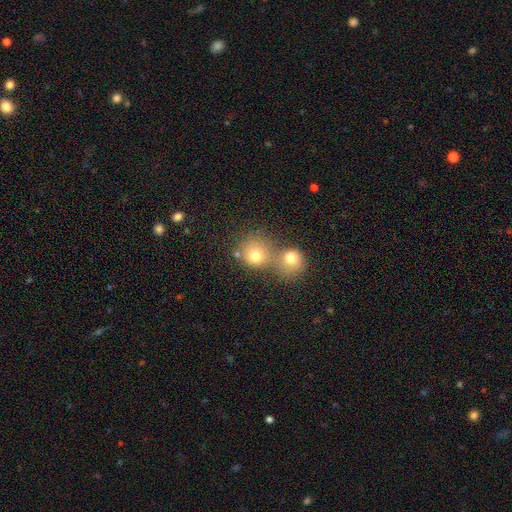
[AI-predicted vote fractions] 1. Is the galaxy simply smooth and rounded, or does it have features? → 75% smooth, 13% star or artifact, 12% featured or disk.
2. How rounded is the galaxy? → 86% round, 13% in between, 1% cigar-shaped.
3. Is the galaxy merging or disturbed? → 52% merger, 38% none, 7% minor disturbance, 4% major disturbance.